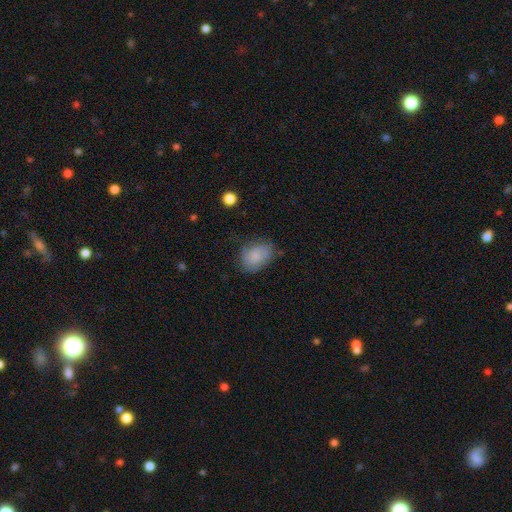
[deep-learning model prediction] smooth_or_featured: smooth (p=0.72) [alt: featured or disk p=0.20]
how_rounded: in between (p=0.76) [alt: round p=0.23]
merging: none (p=0.62) [alt: minor disturbance p=0.27]